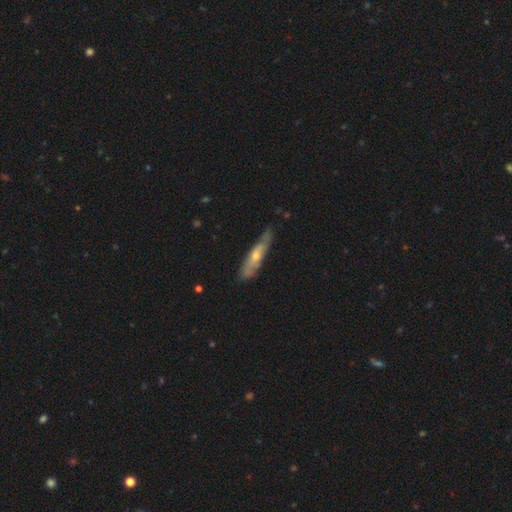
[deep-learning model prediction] featured or disk 57%, smooth 37%, star or artifact 6%. Down the decision tree: edge-on disk — yes (62%); merging — none (68%).